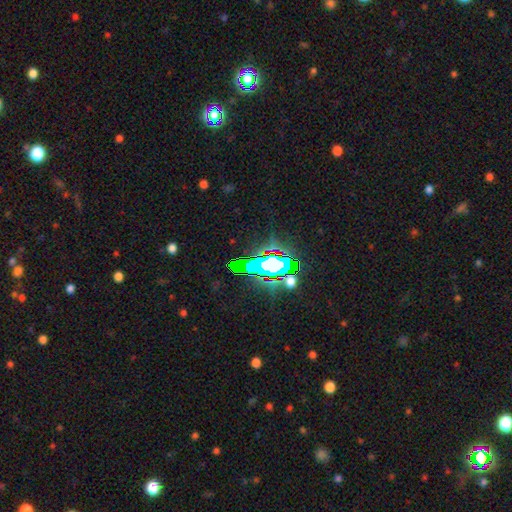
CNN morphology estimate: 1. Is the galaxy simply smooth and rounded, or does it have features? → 73% star or artifact, 14% smooth, 12% featured or disk.